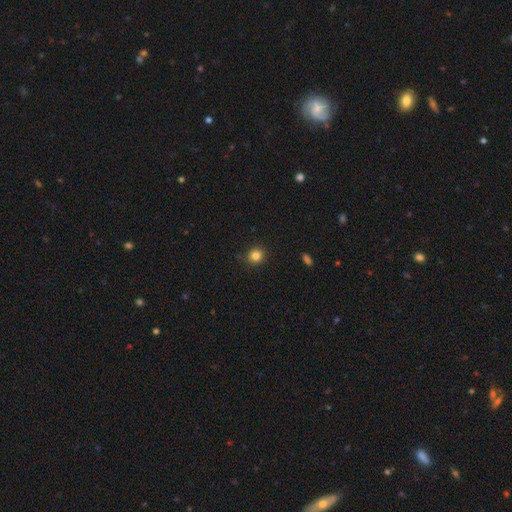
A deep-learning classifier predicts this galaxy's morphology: The model was most divided on "smooth or featured": smooth: 83%, star or artifact: 12%, featured or disk: 5%. More confident: how rounded — round (89%); merging — none (88%).